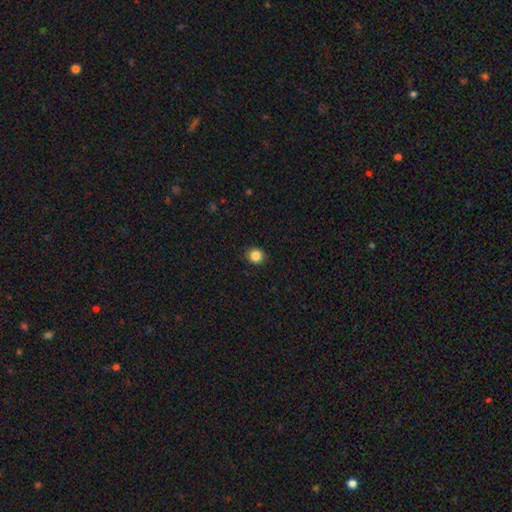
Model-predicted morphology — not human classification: smooth-or-featured: smooth: 85% | star or artifact: 11% | featured or disk: 4%
  how-rounded: round: 87% | in between: 12% | cigar-shaped: 1%
  merging: none: 91% | minor disturbance: 6% | major disturbance: 2% | merger: 1%